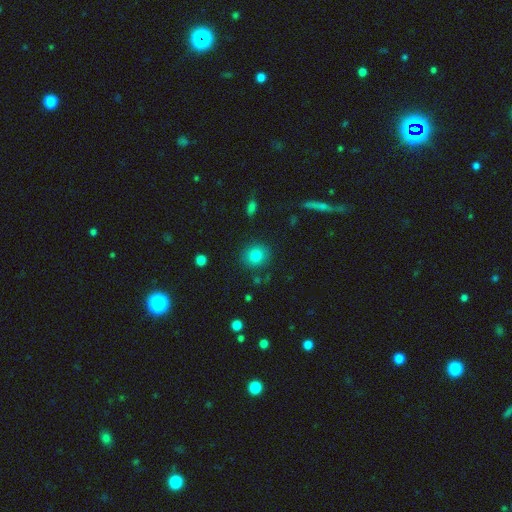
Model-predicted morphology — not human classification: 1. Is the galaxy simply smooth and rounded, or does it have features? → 80% smooth, 11% star or artifact, 9% featured or disk.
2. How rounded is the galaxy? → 84% round, 15% in between, 1% cigar-shaped.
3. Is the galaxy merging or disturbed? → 88% none, 8% minor disturbance, 3% major disturbance, 2% merger.